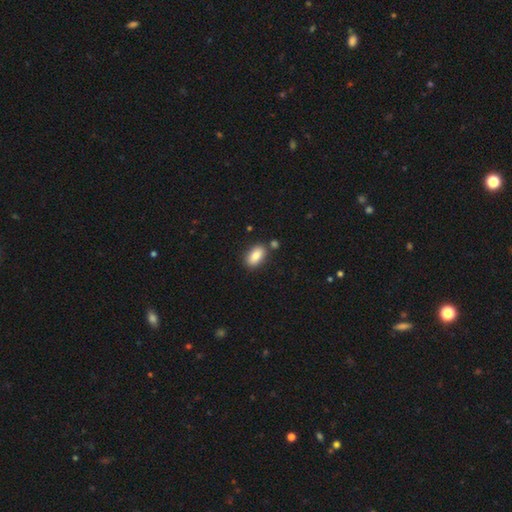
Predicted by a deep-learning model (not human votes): This is clearly a smooth galaxy (87%). How rounded: clearly in between (92%). Merging: likely none (80%).